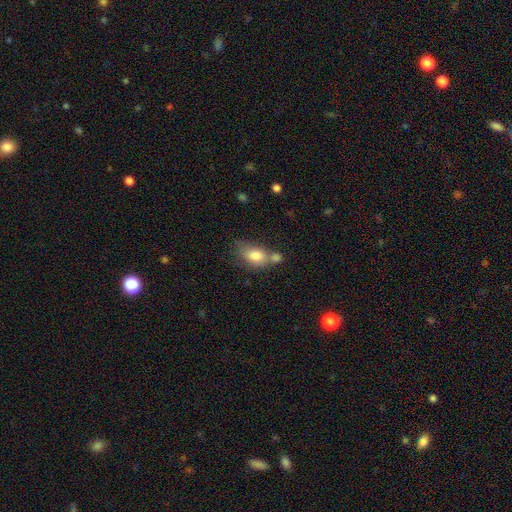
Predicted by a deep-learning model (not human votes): Smooth or featured? smooth (79%)
How rounded? in between (81%)
Merging? none (38%, tied with merger)